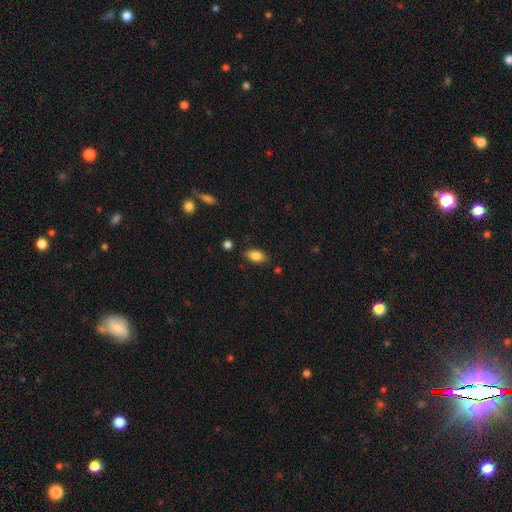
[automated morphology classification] A smooth galaxy with no disk features (83%) that is in between round and cigar-shaped (89%).

Vote fractions:
- Smooth or featured? smooth: 83% / featured or disk: 9% / star or artifact: 8%
- How rounded? in between: 89% / cigar-shaped: 7% / round: 4%
- Merging? none: 83% / minor disturbance: 12% / major disturbance: 3% / merger: 2%